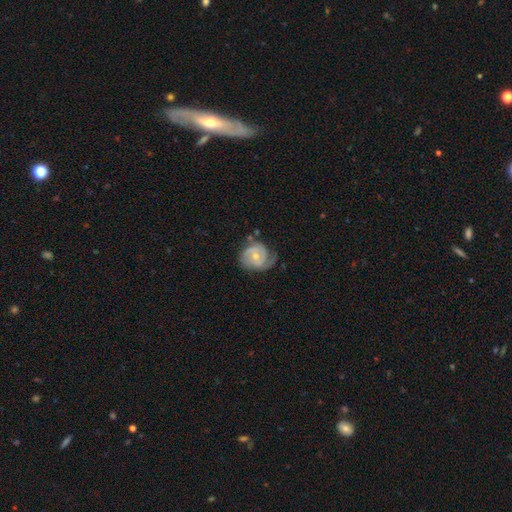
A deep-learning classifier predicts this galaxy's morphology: smooth-or-featured: featured or disk: 80% | smooth: 14% | star or artifact: 5%
  disk-edge-on: no: 98% | yes: 2%
    bar: no: 63% | weak: 31% | strong: 6%
    has-spiral-arms: yes: 94% | no: 6%
      spiral-winding: tight: 56% | medium: 33% | loose: 10%
      spiral-arm-count: 2: 59% | can't tell: 14% | 1: 12% | 3: 11% | 4: 2% | more than 4: 2%
    bulge-size: moderate: 50% | small: 46% | large: 2% | none: 2% | dominant: 1%
  merging: none: 57% | minor disturbance: 26% | major disturbance: 14% | merger: 3%